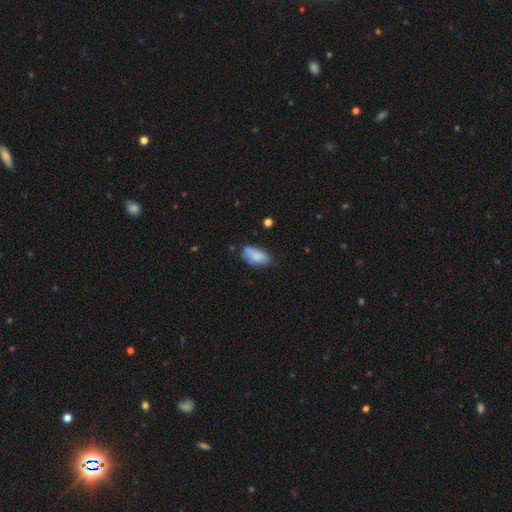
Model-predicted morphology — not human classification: Q: Smooth or featured?
A: smooth (78%); runner-up: featured or disk (15%)
Q: How rounded?
A: in between (89%); runner-up: cigar-shaped (8%)
Q: Merging?
A: none (56%); runner-up: minor disturbance (31%)